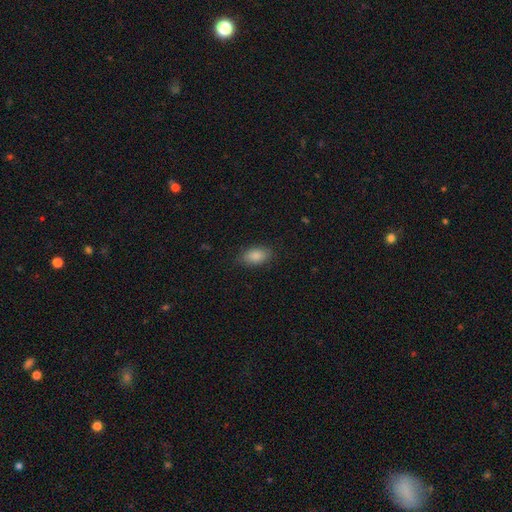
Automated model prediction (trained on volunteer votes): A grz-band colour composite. It shows a smooth galaxy with no disk features (87%) that is in between round and cigar-shaped (91%). Merging: none (84%).